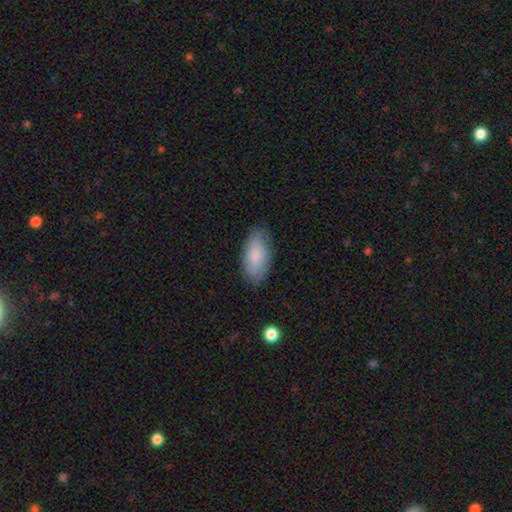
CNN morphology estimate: smooth 82%, featured or disk 12%, star or artifact 6%. Down the decision tree: how rounded — in between (93%); merging — none (81%).